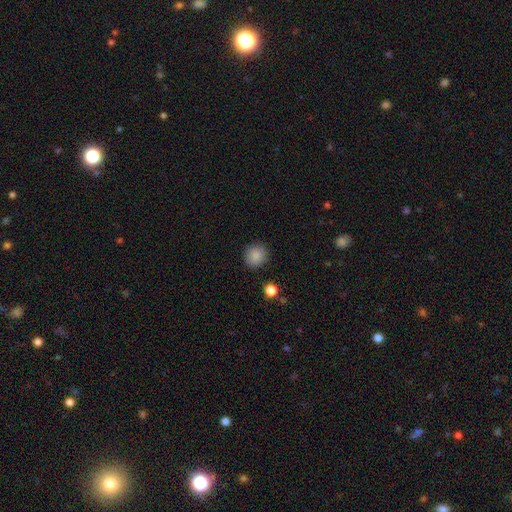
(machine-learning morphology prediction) Smooth or featured? Predicted: smooth (p=0.87). How rounded? Predicted: round (p=0.87). Merging? Predicted: none (p=0.89).